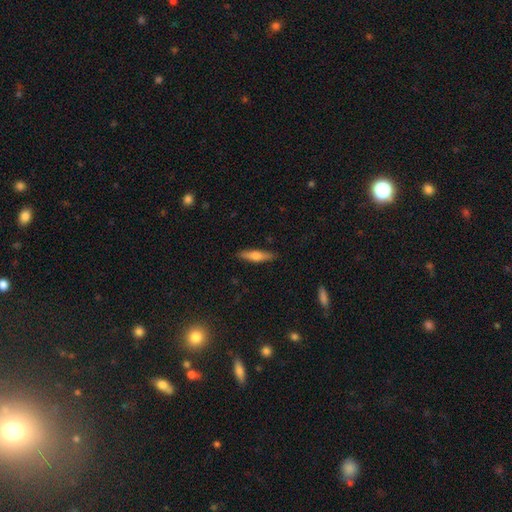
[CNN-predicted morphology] The model was most divided on "smooth or featured": smooth: 57%, featured or disk: 37%, star or artifact: 6%. More confident: merging — none (89%); how rounded — cigar-shaped (77%).